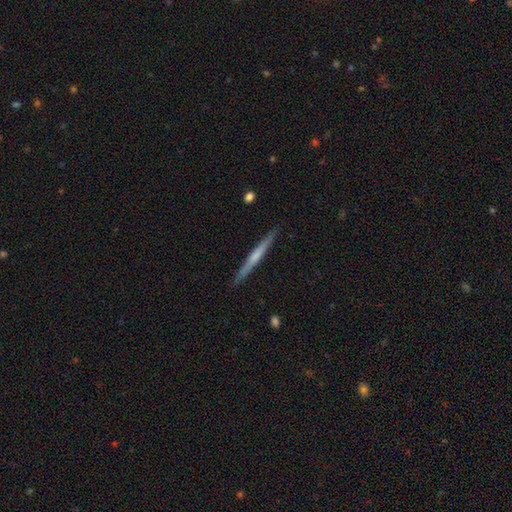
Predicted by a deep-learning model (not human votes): A featured or disk galaxy (48%). Merging: none (91%).